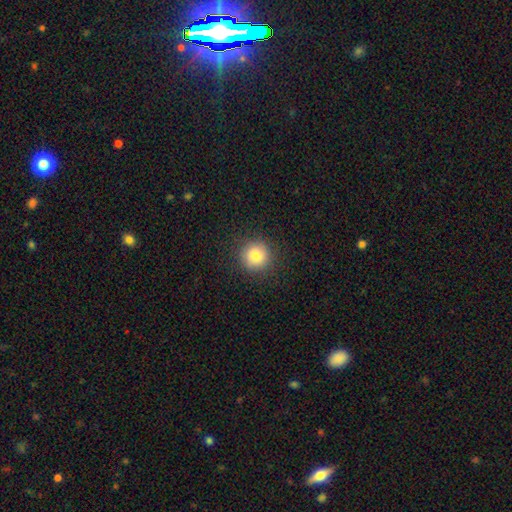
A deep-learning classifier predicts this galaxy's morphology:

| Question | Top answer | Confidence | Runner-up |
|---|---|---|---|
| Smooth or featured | smooth | 82% | star or artifact (11%) |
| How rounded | round | 94% | in between (5%) |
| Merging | none | 90% | minor disturbance (6%) |